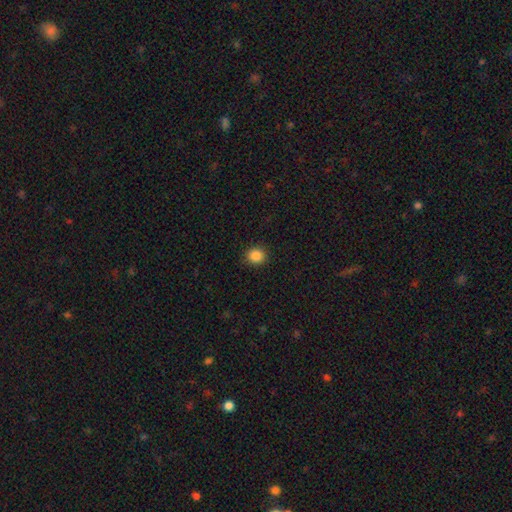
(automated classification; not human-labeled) Smooth or featured: smooth — 86% (star or artifact — 10%)
How rounded: round — 82% (in between — 17%)
Merging: none — 89% (minor disturbance — 7%)